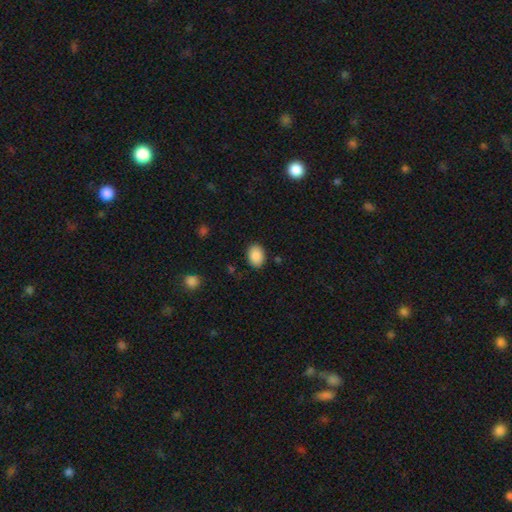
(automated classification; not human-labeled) This appears to be a smooth galaxy with no disk features (88%) that is in between round and cigar-shaped (76%). Merging: none (87%).